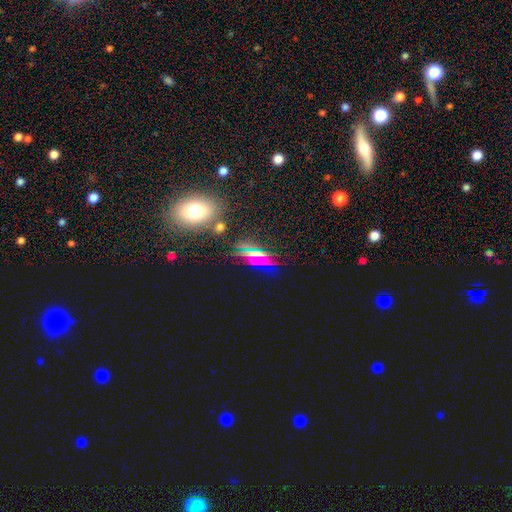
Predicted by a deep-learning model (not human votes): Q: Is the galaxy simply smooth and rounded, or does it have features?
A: star or artifact — 56%.